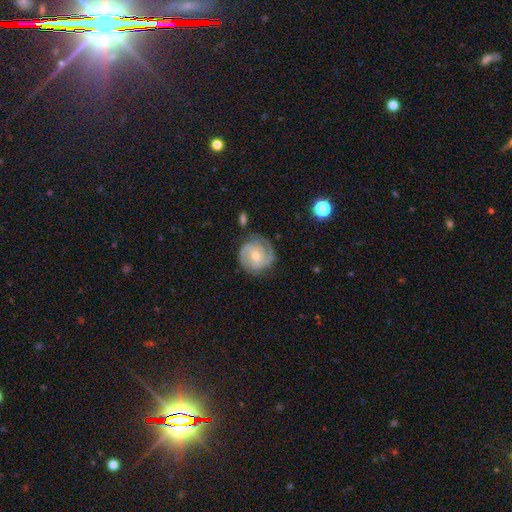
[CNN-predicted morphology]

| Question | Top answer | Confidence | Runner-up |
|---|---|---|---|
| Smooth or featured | featured or disk | 82% | smooth (12%) |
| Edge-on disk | no | 98% | yes (2%) |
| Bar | no | 48% | weak (40%) |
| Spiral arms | yes | 95% | no (5%) |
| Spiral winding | tight | 63% | medium (31%) |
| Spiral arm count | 2 | 56% | 3 (18%) |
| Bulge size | small | 49% | moderate (48%) |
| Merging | none | 76% | minor disturbance (16%) |